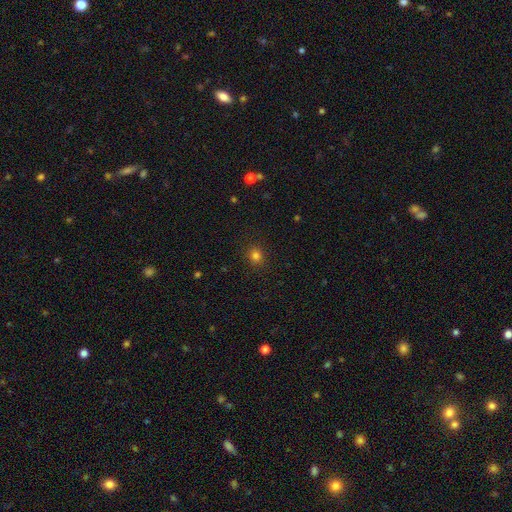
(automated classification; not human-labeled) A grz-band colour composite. It shows a smooth galaxy with no disk features (80%) that is round (83%). Merging: none (89%).